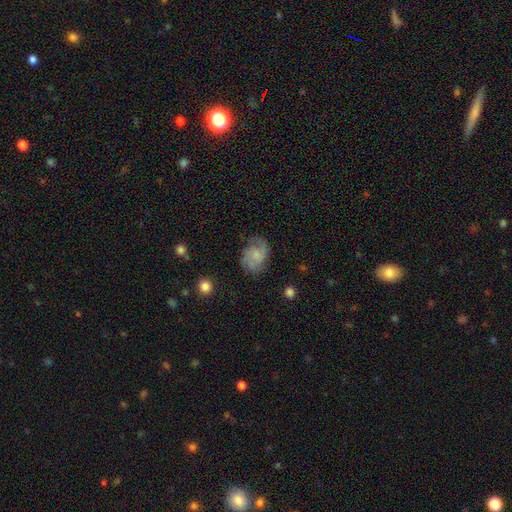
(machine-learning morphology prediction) The model was most divided on "bulge size": small: 39%, none: 33%, moderate: 23%, large: 4%, dominant: 1%. More confident: edge-on disk — no (98%); spiral arms — yes (90%); merging — none (69%); bar — no (61%); smooth or featured — featured or disk (56%).